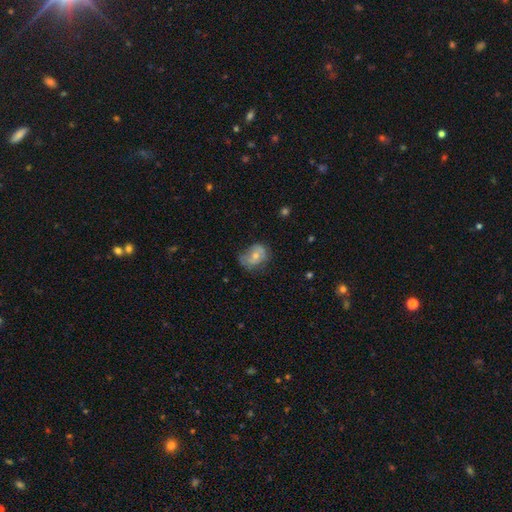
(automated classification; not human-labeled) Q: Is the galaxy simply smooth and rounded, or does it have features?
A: smooth — 52%.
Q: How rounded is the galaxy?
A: in between — 63%.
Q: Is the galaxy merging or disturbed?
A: none — 48%.